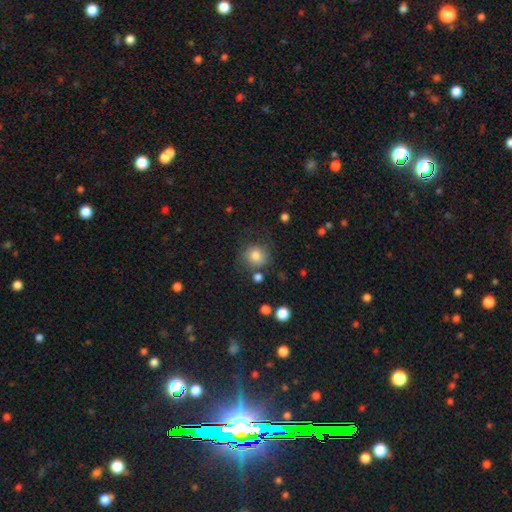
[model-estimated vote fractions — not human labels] Smooth or featured? smooth (80%)
How rounded? round (83%)
Merging? none (68%)